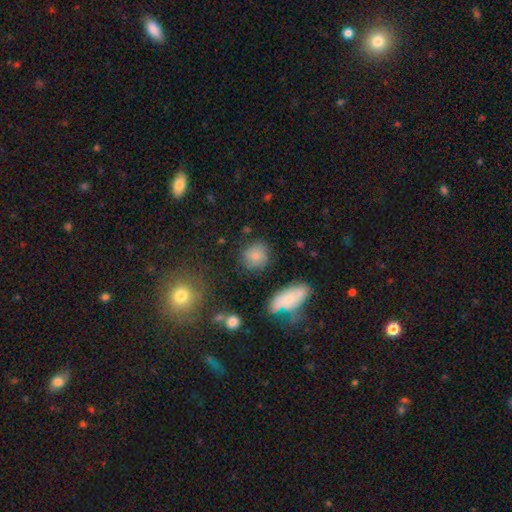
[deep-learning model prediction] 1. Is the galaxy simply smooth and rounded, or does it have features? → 77% smooth, 12% featured or disk, 11% star or artifact.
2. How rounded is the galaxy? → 81% round, 17% in between, 1% cigar-shaped.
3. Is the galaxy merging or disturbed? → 79% none, 14% minor disturbance, 5% major disturbance, 3% merger.